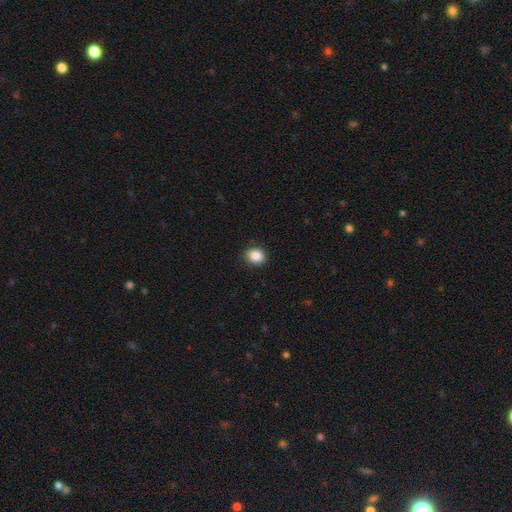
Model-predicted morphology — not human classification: A smooth galaxy with no disk features (87%) that is round (63%).

Vote fractions:
- Smooth or featured? smooth: 87% / star or artifact: 9% / featured or disk: 4%
- How rounded? round: 63% / in between: 36% / cigar-shaped: 1%
- Merging? none: 87% / minor disturbance: 9% / major disturbance: 2% / merger: 1%